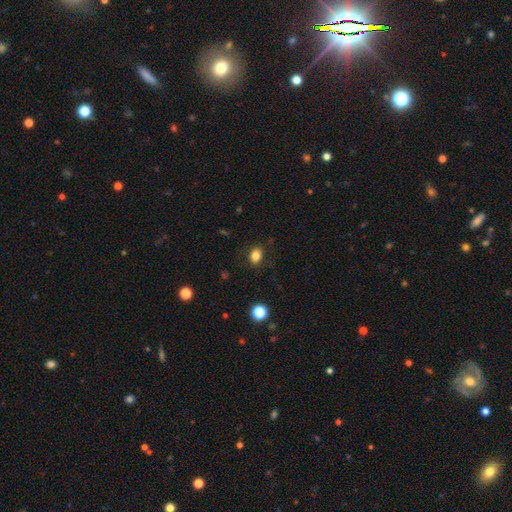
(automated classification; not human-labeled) The model was most divided on "how rounded": in between: 61%, round: 38%, cigar-shaped: 1%. More confident: merging — none (84%); smooth or featured — smooth (82%).